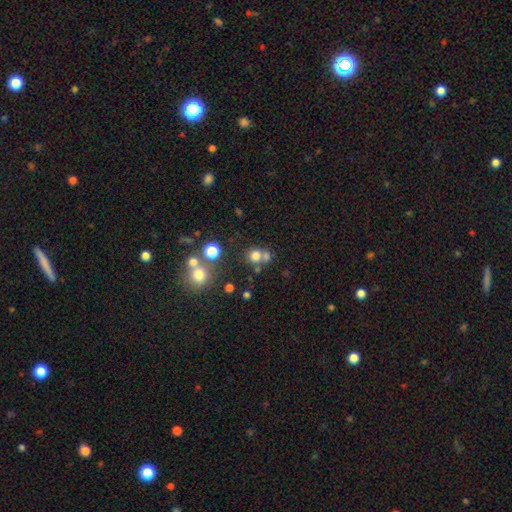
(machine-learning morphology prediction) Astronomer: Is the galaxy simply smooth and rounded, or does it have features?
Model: smooth — 72%.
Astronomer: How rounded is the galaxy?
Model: round — 86%.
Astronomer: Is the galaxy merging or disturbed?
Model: none — 55% (runner-up: merger, 32%).